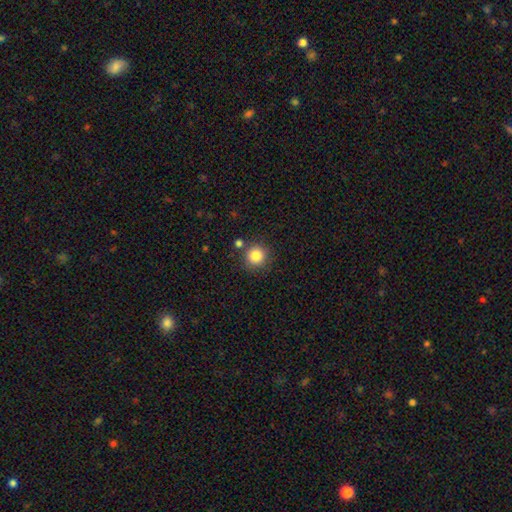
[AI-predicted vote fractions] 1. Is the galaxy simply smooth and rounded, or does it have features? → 84% smooth, 11% star or artifact, 5% featured or disk.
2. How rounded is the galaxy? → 94% round, 5% in between, 1% cigar-shaped.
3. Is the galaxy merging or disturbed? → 82% none, 8% minor disturbance, 7% merger, 3% major disturbance.